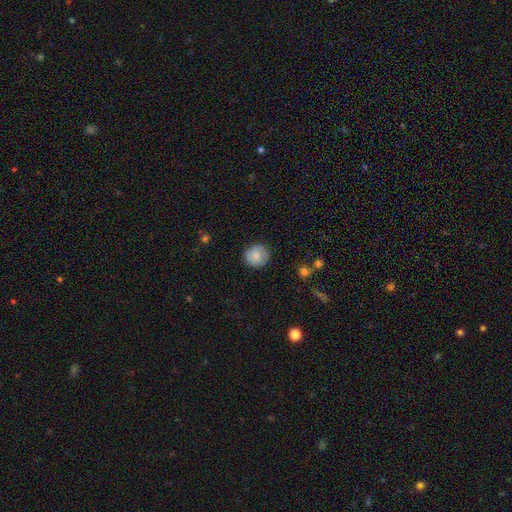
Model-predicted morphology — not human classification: A smooth galaxy with no disk features (70%) that is round (89%).

Vote fractions:
- Smooth or featured? smooth: 70% / featured or disk: 23% / star or artifact: 7%
- How rounded? round: 89% / in between: 11% / cigar-shaped: 1%
- Merging? none: 84% / minor disturbance: 12% / major disturbance: 3% / merger: 1%